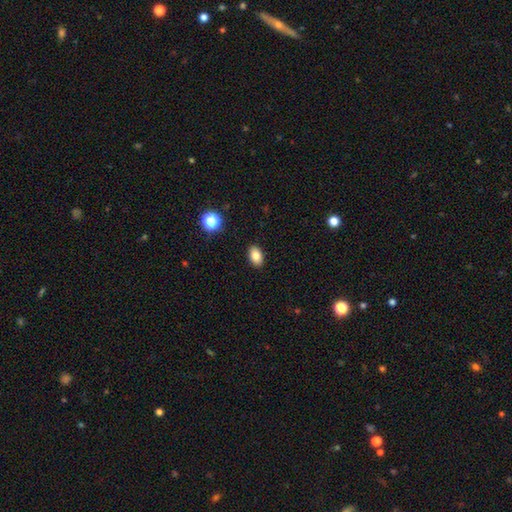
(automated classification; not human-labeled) A smooth galaxy with no disk features (82%) that is in between round and cigar-shaped (88%). Merging: none (89%).